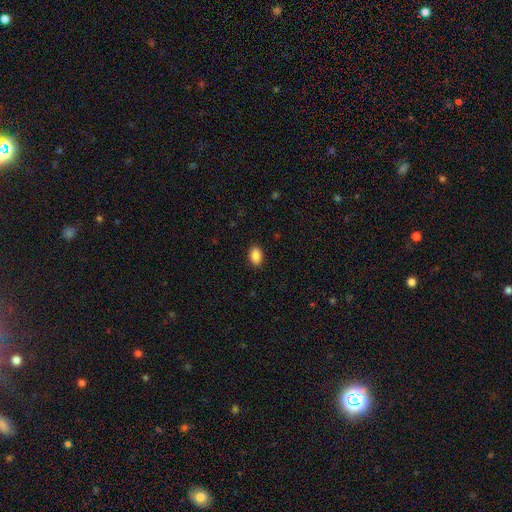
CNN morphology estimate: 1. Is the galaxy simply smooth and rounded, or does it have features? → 88% smooth, 8% star or artifact, 4% featured or disk.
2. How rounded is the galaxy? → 86% in between, 13% round, 1% cigar-shaped.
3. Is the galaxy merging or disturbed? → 90% none, 7% minor disturbance, 2% major disturbance, 1% merger.